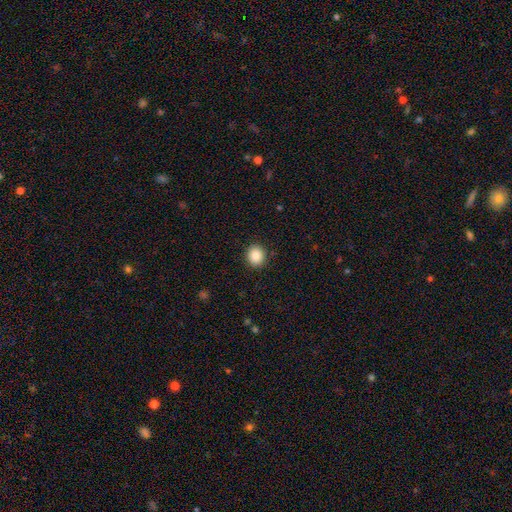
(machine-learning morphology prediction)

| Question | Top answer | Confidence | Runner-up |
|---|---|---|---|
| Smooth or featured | smooth | 87% | star or artifact (9%) |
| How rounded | round | 77% | in between (22%) |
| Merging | none | 91% | minor disturbance (6%) |